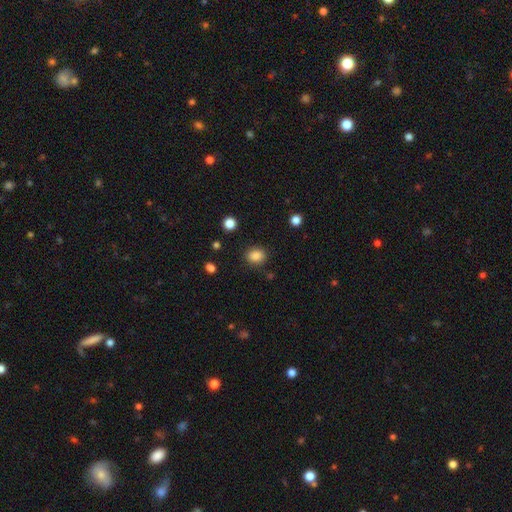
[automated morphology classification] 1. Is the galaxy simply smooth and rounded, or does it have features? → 85% smooth, 11% star or artifact, 4% featured or disk.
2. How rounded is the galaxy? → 58% round, 41% in between, 1% cigar-shaped.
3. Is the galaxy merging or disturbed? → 86% none, 9% minor disturbance, 3% major disturbance, 2% merger.